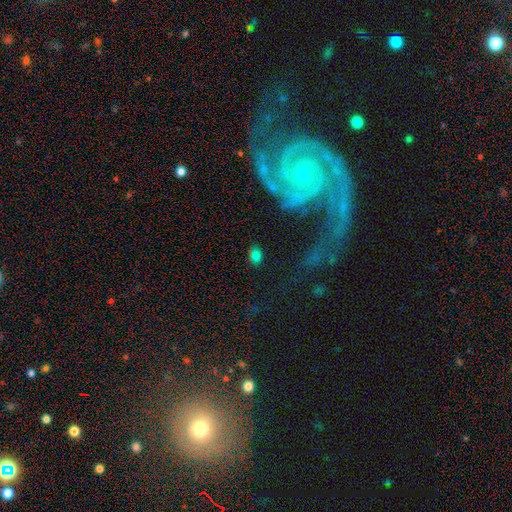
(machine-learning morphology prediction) This is likely a smooth galaxy (70%). How rounded: likely in between (75%). Merging: likely none (72%).